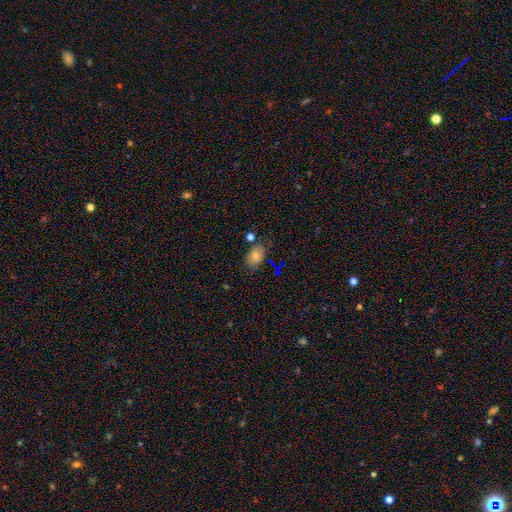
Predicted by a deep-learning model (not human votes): A smooth galaxy with no disk features (71%) that is in between round and cigar-shaped (82%).

Vote fractions:
- Smooth or featured? smooth: 71% / featured or disk: 16% / star or artifact: 13%
- How rounded? in between: 82% / round: 17% / cigar-shaped: 1%
- Merging? none: 75% / minor disturbance: 16% / merger: 5% / major disturbance: 4%